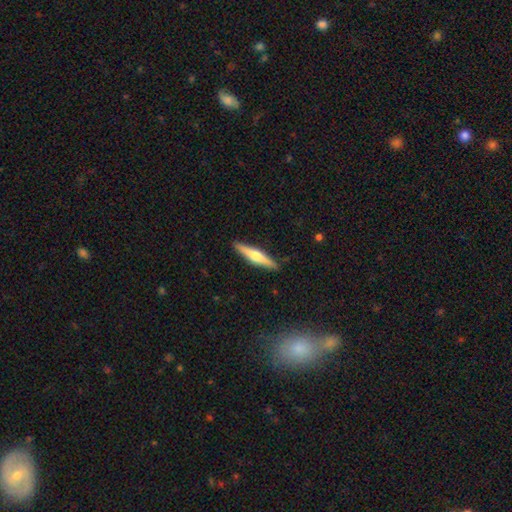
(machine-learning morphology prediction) Smooth or featured? Predicted: featured or disk (p=0.53). Edge-on disk? Predicted: yes (p=0.96). Edge-on bulge? Predicted: rounded (p=0.85). Merging? Predicted: none (p=0.90).